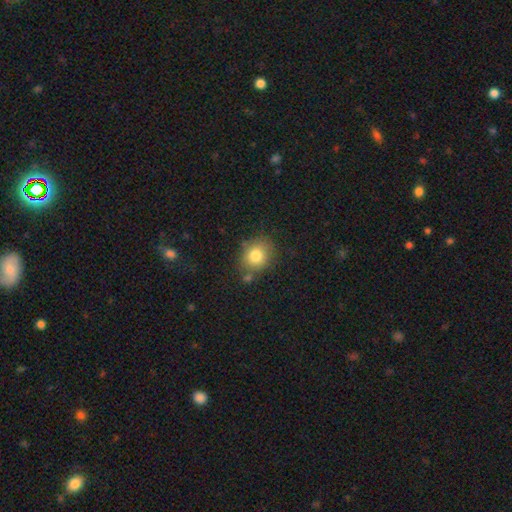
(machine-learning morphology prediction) Smooth or featured? Predicted: smooth (p=0.80). How rounded? Predicted: round (p=0.64). Merging? Predicted: none (p=0.72).